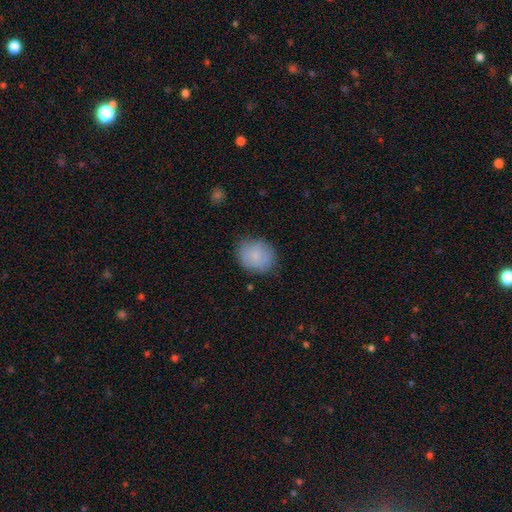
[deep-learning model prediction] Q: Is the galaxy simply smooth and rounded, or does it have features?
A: smooth — 83%.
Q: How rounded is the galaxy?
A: round — 60%.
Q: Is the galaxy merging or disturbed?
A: none — 76%.